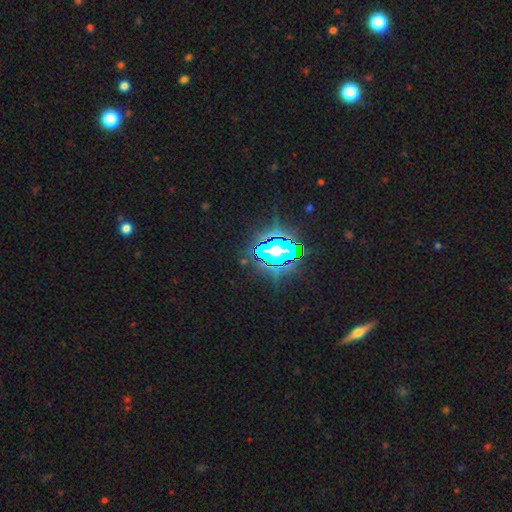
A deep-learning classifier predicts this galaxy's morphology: Smooth or featured? Predicted: star or artifact (p=0.81).